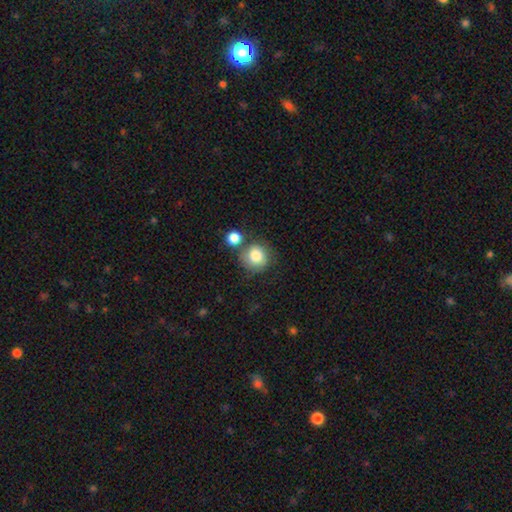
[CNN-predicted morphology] Smooth or featured?
  - smooth: 81% *
  - featured or disk: 10%
  - star or artifact: 9%
How rounded?
  - round: 87% *
  - in between: 12%
  - cigar-shaped: 1%
Merging?
  - none: 61% *
  - merger: 19%
  - minor disturbance: 14%
  - major disturbance: 5%